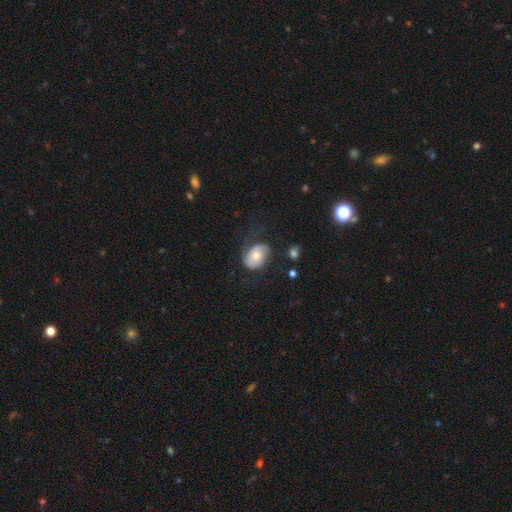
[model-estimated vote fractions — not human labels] The model was most divided on "smooth or featured": smooth: 49%, featured or disk: 43%, star or artifact: 7%. Remaining: merging — none (47%).